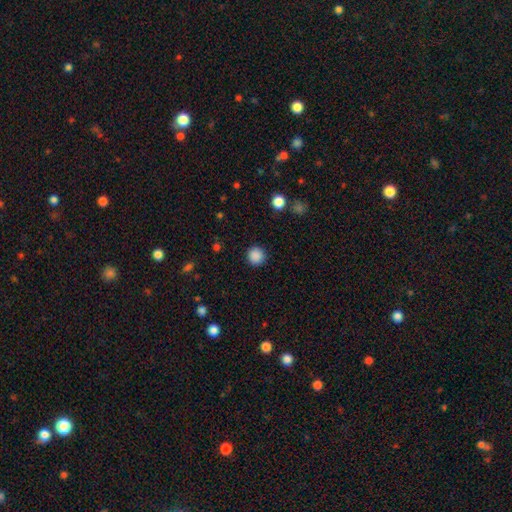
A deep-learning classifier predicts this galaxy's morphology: A smooth galaxy with no disk features (87%) that is round (94%). Merging: none (91%).